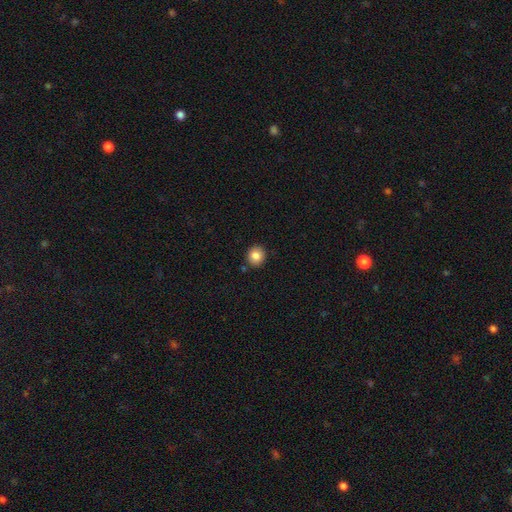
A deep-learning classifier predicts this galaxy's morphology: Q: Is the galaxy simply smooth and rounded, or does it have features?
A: smooth — 85%.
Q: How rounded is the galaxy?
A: round — 85%.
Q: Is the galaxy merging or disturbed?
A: none — 88%.